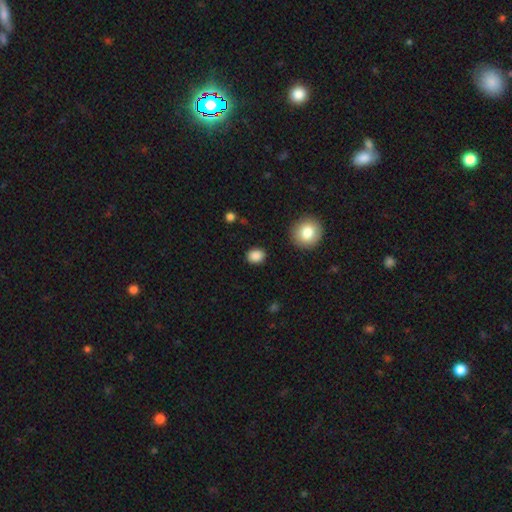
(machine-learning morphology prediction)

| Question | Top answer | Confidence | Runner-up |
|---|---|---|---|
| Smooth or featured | smooth | 88% | star or artifact (9%) |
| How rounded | round | 50% | in between (49%) |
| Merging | none | 88% | minor disturbance (8%) |